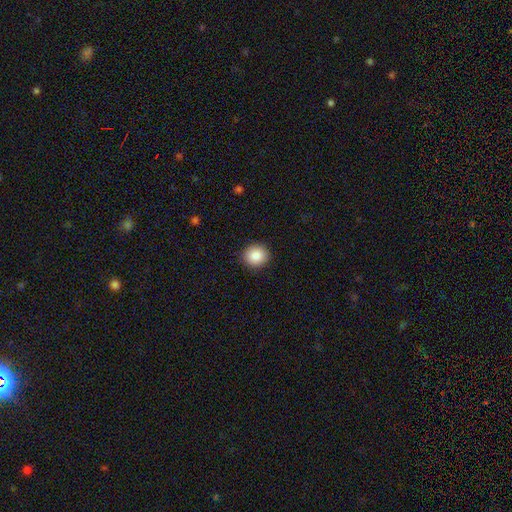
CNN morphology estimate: Q: Smooth or featured?
A: smooth (88%); runner-up: star or artifact (8%)
Q: How rounded?
A: round (81%); runner-up: in between (18%)
Q: Merging?
A: none (91%); runner-up: minor disturbance (7%)